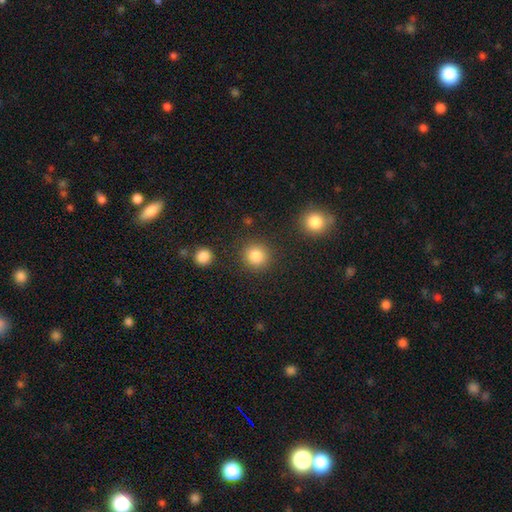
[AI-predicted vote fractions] This is clearly a smooth galaxy (85%). How rounded: clearly round (91%). Merging: clearly none (86%).